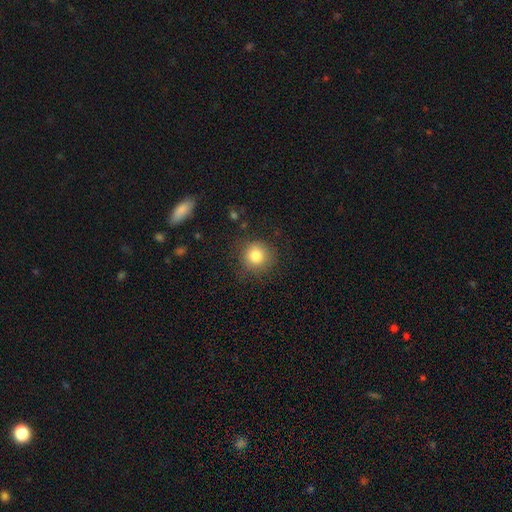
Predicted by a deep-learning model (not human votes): Smooth or featured: smooth — 81% (star or artifact — 11%)
How rounded: round — 93% (in between — 6%)
Merging: none — 84% (minor disturbance — 10%)